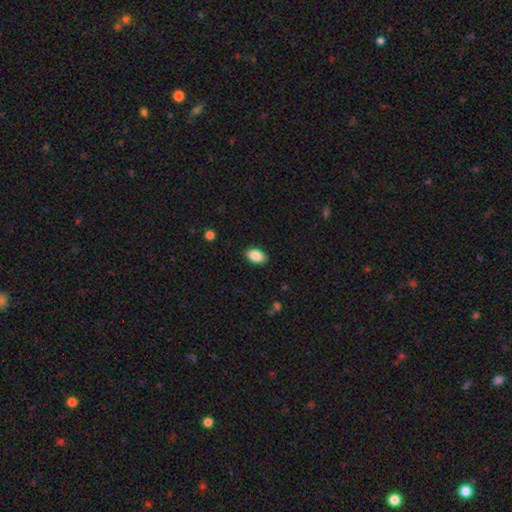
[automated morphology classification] Q: Smooth or featured?
A: smooth (88%); runner-up: star or artifact (7%)
Q: How rounded?
A: in between (92%); runner-up: round (6%)
Q: Merging?
A: none (89%); runner-up: minor disturbance (8%)